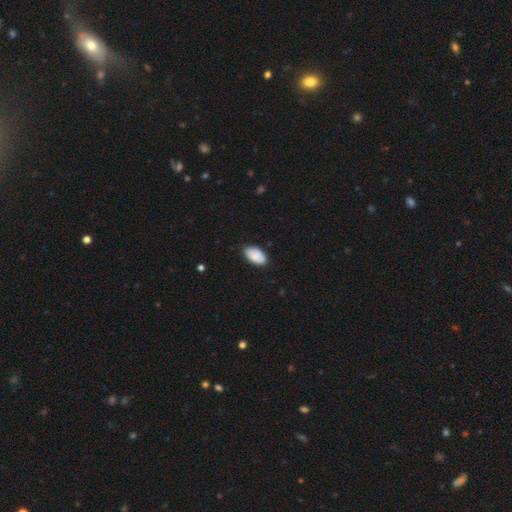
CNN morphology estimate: Smooth or featured? Predicted: smooth (p=0.83). How rounded? Predicted: in between (p=0.95). Merging? Predicted: none (p=0.81).